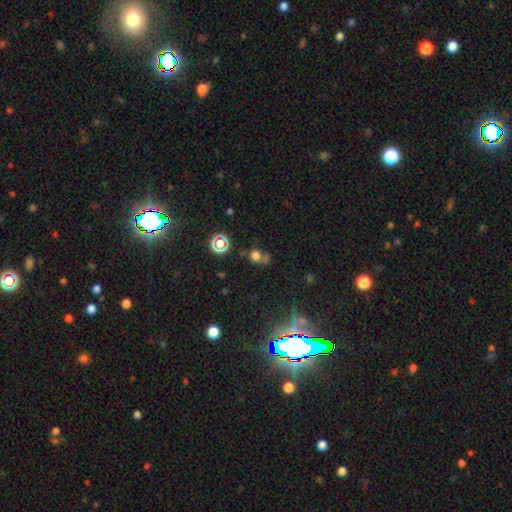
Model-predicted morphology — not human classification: Smooth or featured?
  - smooth: 60% *
  - star or artifact: 30%
  - featured or disk: 10%
How rounded?
  - round: 77% *
  - in between: 21%
  - cigar-shaped: 2%
Merging?
  - none: 52% *
  - merger: 24%
  - minor disturbance: 14%
  - major disturbance: 10%